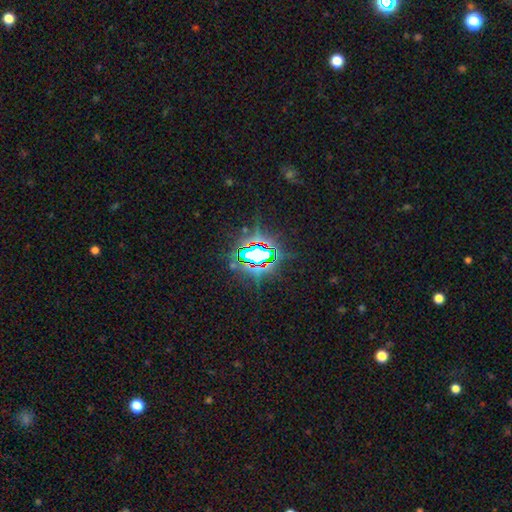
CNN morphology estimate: Overall: star or artifact (77%).